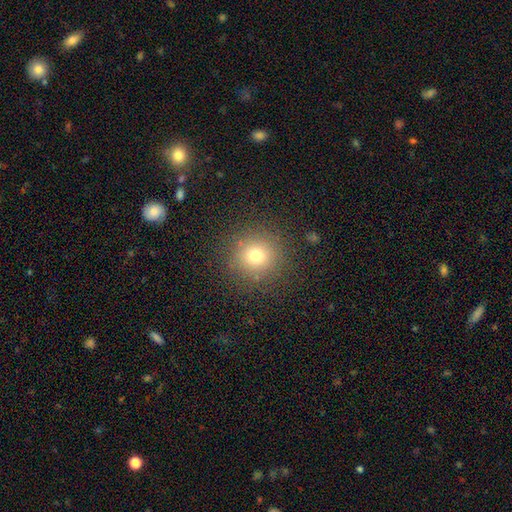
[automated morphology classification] Smooth or featured?
  - smooth: 74% *
  - star or artifact: 17%
  - featured or disk: 9%
How rounded?
  - round: 93% *
  - in between: 6%
  - cigar-shaped: 1%
Merging?
  - none: 88% *
  - minor disturbance: 7%
  - major disturbance: 3%
  - merger: 1%